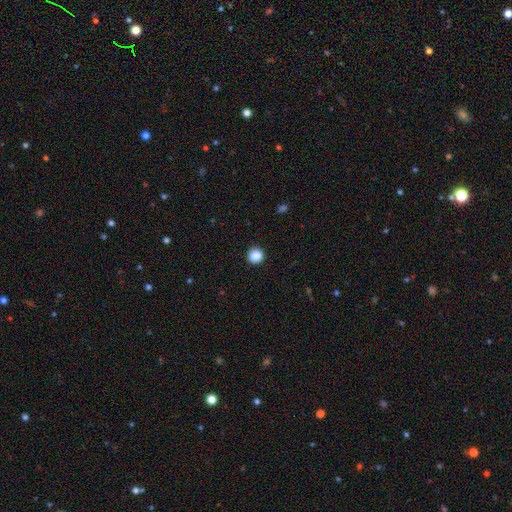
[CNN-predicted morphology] Smooth or featured?
  - smooth: 88% *
  - star or artifact: 10%
  - featured or disk: 3%
How rounded?
  - round: 95% *
  - in between: 4%
  - cigar-shaped: 1%
Merging?
  - none: 93% *
  - minor disturbance: 4%
  - major disturbance: 2%
  - merger: 1%